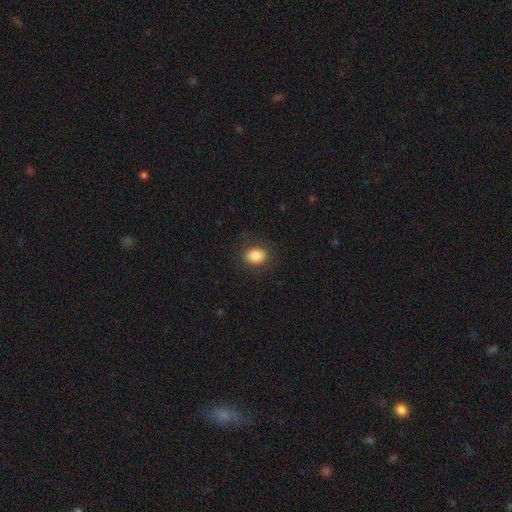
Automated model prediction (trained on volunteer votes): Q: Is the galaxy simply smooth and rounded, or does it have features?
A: smooth — 85%.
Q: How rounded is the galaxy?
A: in between — 50%.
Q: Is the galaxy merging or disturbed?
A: none — 88%.